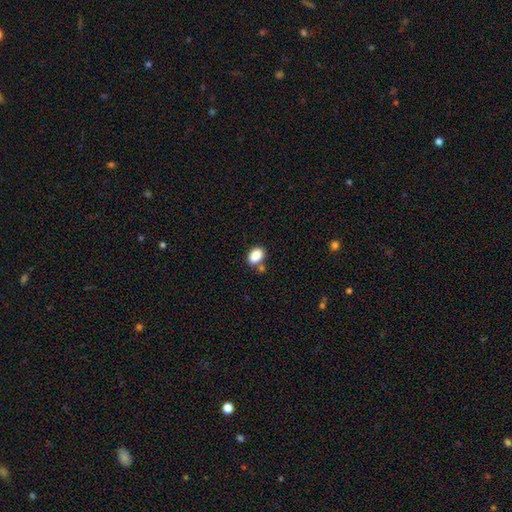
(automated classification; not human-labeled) Overall: smooth (87%). How rounded: in between (77%). Merging: none (69%).